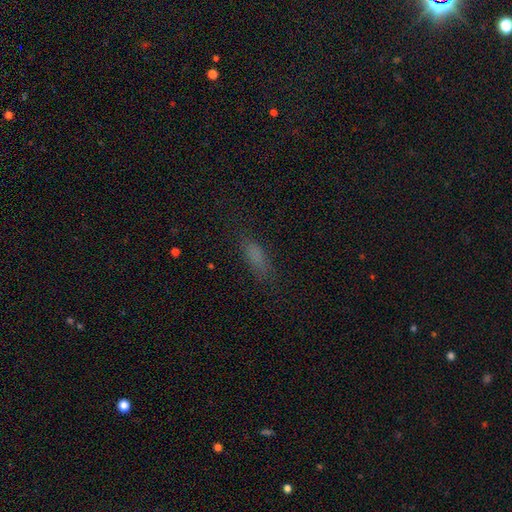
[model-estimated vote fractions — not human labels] A smooth galaxy with no disk features (74%) that is in between round and cigar-shaped (53%).

Vote fractions:
- Smooth or featured? smooth: 74% / star or artifact: 15% / featured or disk: 11%
- How rounded? in between: 53% / cigar-shaped: 44% / round: 3%
- Merging? none: 74% / minor disturbance: 17% / major disturbance: 8% / merger: 2%